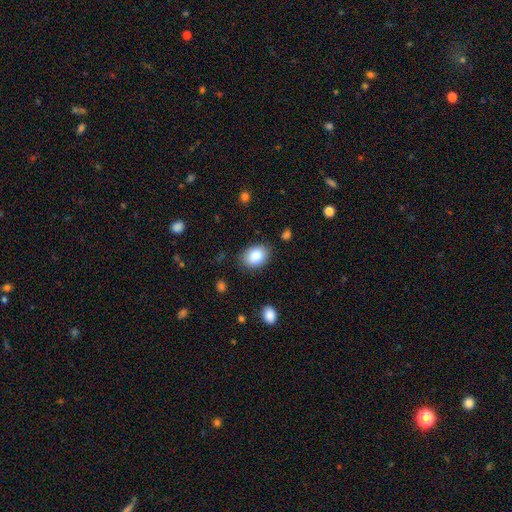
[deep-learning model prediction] This is clearly a smooth galaxy (86%). How rounded: likely in between (74%). Merging: clearly none (83%).